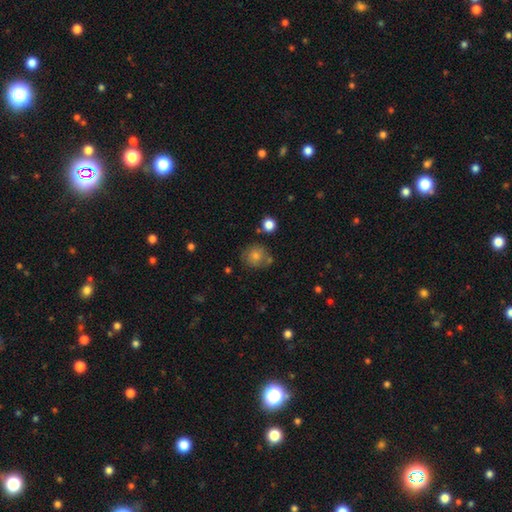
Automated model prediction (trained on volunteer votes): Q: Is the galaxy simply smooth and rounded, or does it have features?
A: smooth — 66%.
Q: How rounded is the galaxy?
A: round — 88%.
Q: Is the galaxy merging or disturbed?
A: none — 73%.